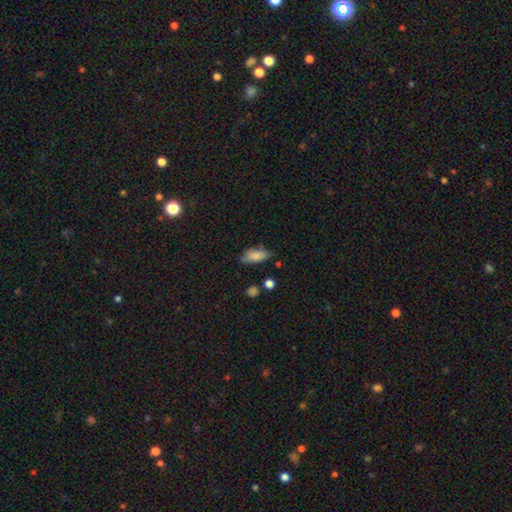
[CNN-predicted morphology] Overall: smooth (83%). How rounded: in between (85%). Merging: none (66%).